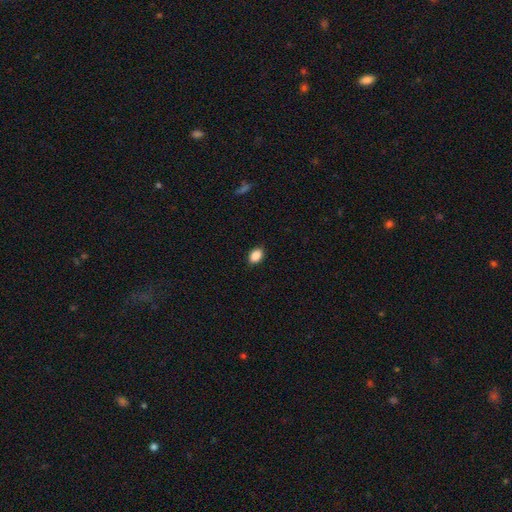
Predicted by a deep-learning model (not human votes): Q: Smooth or featured?
A: smooth (89%); runner-up: star or artifact (8%)
Q: How rounded?
A: in between (86%); runner-up: round (12%)
Q: Merging?
A: none (88%); runner-up: minor disturbance (9%)